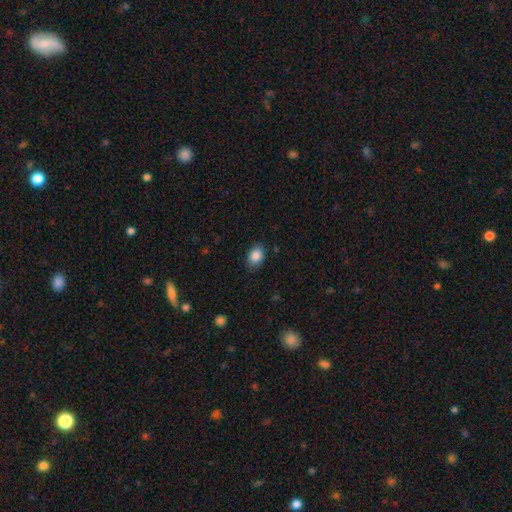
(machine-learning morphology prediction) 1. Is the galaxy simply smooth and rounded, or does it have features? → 86% smooth, 8% star or artifact, 6% featured or disk.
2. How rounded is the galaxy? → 78% in between, 21% round, 1% cigar-shaped.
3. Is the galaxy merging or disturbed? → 84% none, 13% minor disturbance, 3% major disturbance, 1% merger.